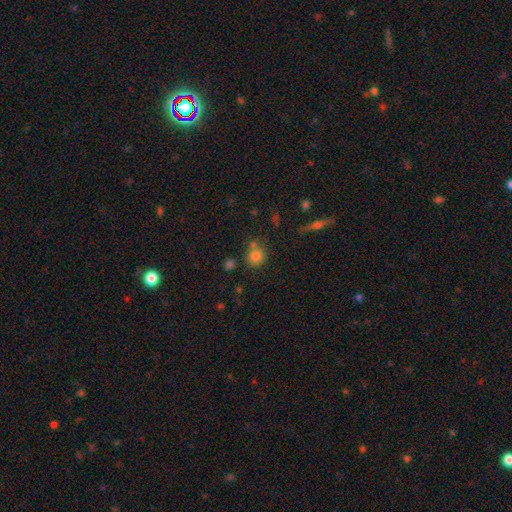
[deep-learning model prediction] Smooth or featured? smooth (80%)
How rounded? round (83%)
Merging? none (64%)